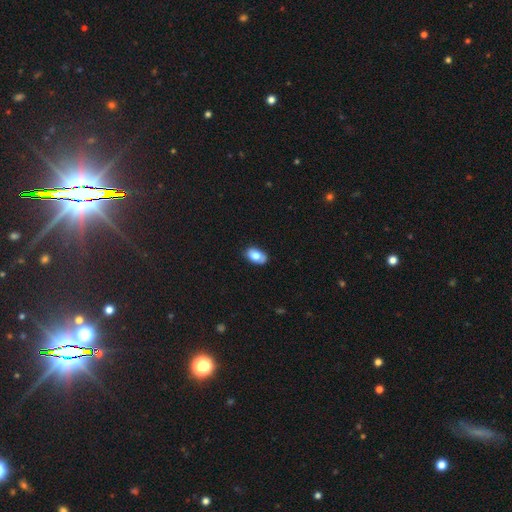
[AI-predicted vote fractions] Smooth or featured?
  - smooth: 77% *
  - featured or disk: 16%
  - star or artifact: 8%
How rounded?
  - in between: 91% *
  - round: 7%
  - cigar-shaped: 2%
Merging?
  - none: 81% *
  - minor disturbance: 15%
  - major disturbance: 3%
  - merger: 1%